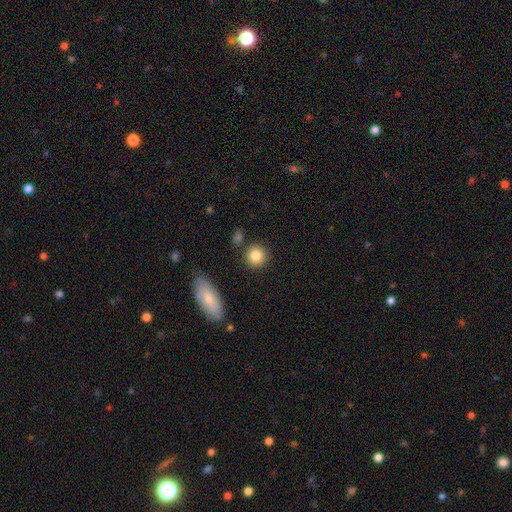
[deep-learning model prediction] Smooth or featured? Predicted: smooth (p=0.84). How rounded? Predicted: round (p=0.91). Merging? Predicted: none (p=0.84).